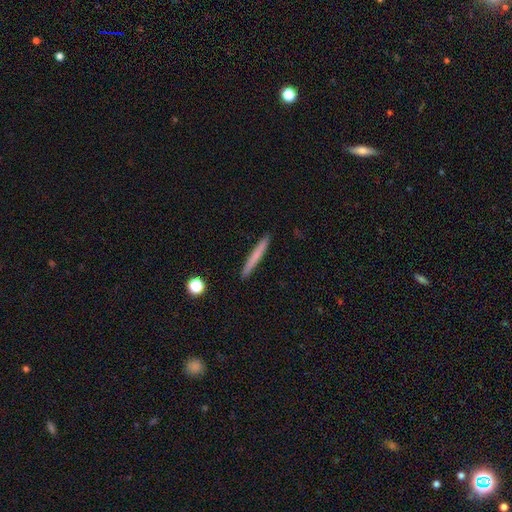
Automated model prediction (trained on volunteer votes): Overall: smooth (68%). How rounded: cigar-shaped (97%). Merging: none (92%).